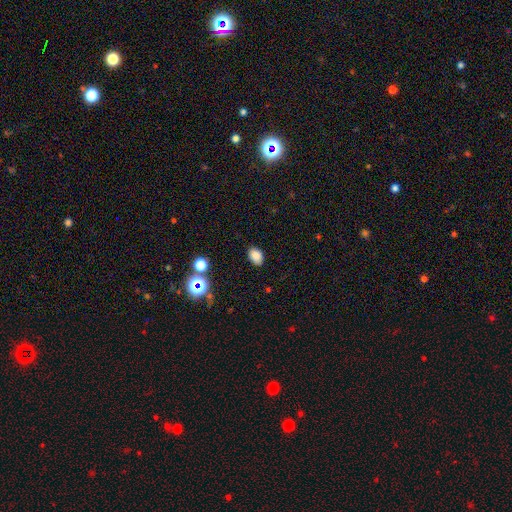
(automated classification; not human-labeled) smooth_or_featured: smooth (p=0.84) [alt: star or artifact p=0.12]
how_rounded: in between (p=0.84) [alt: round p=0.15]
merging: none (p=0.86) [alt: minor disturbance p=0.10]